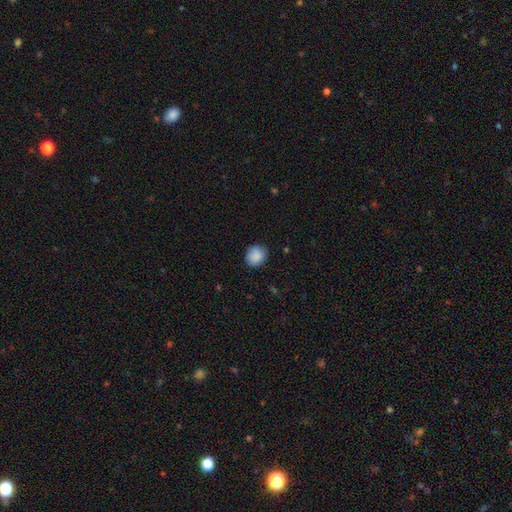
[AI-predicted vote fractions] Smooth or featured: smooth — 87% (star or artifact — 8%)
How rounded: round — 73% (in between — 26%)
Merging: none — 82% (minor disturbance — 14%)